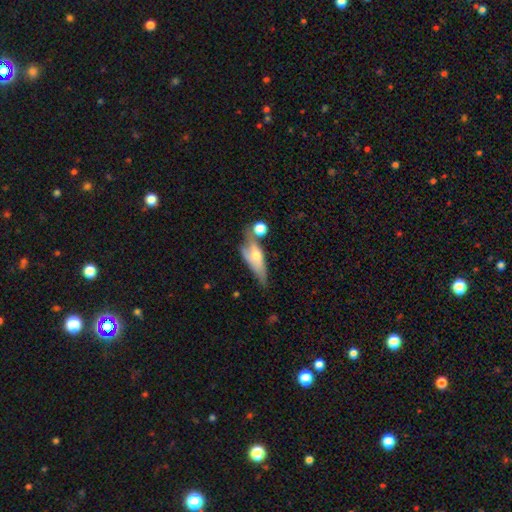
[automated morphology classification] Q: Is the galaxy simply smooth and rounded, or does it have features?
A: smooth — 50%.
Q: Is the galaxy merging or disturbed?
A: none — 33%.